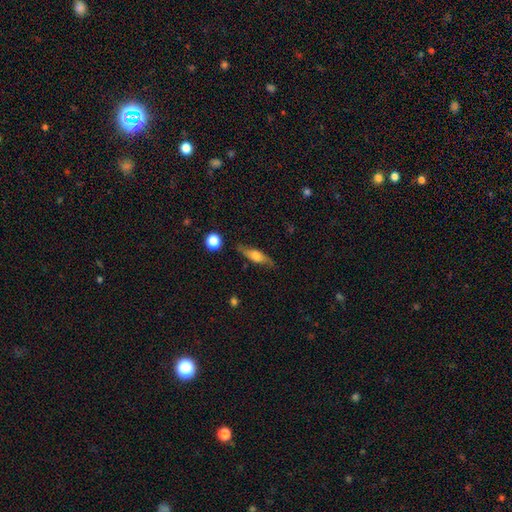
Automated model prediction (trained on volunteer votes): Smooth or featured? smooth (48%)
Merging? none (76%)